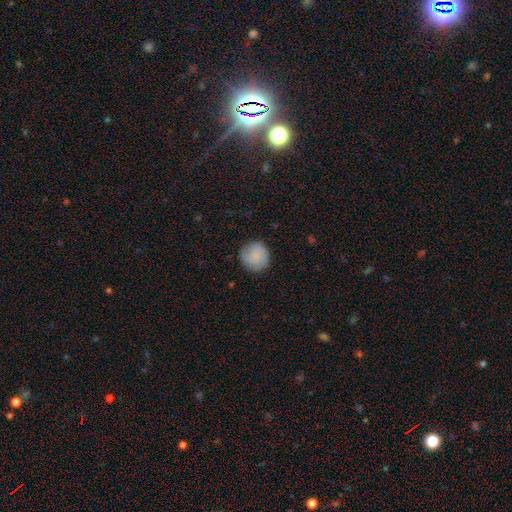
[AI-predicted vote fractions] smooth-or-featured: smooth: 79% | featured or disk: 14% | star or artifact: 7%
  how-rounded: round: 93% | in between: 6% | cigar-shaped: 1%
  merging: none: 82% | minor disturbance: 13% | major disturbance: 4% | merger: 1%